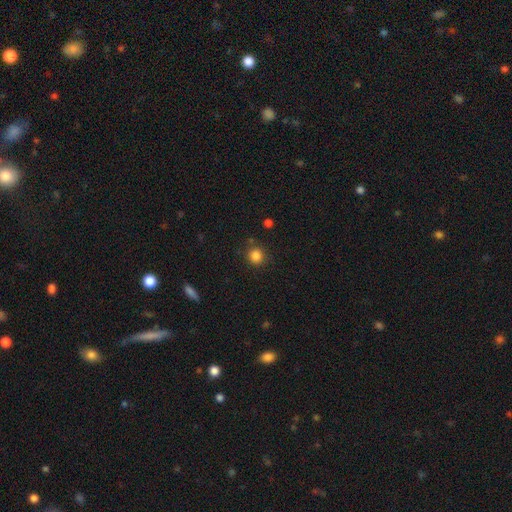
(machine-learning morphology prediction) Smooth or featured? smooth (84%)
How rounded? round (91%)
Merging? none (85%)